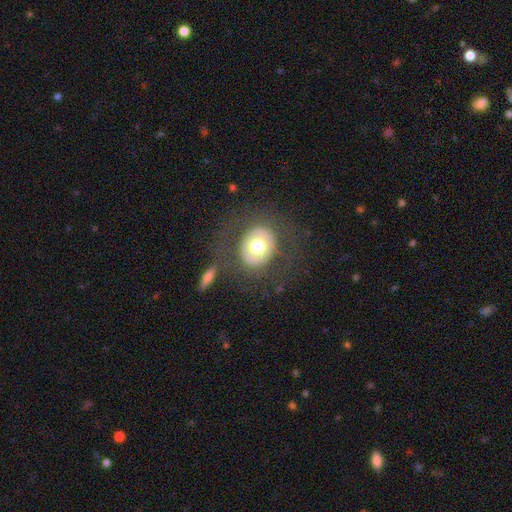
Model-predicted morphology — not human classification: smooth_or_featured: smooth (p=0.50) [alt: featured or disk p=0.39]
how_rounded: round (p=0.72) [alt: in between p=0.27]
merging: none (p=0.75) [alt: minor disturbance p=0.10]